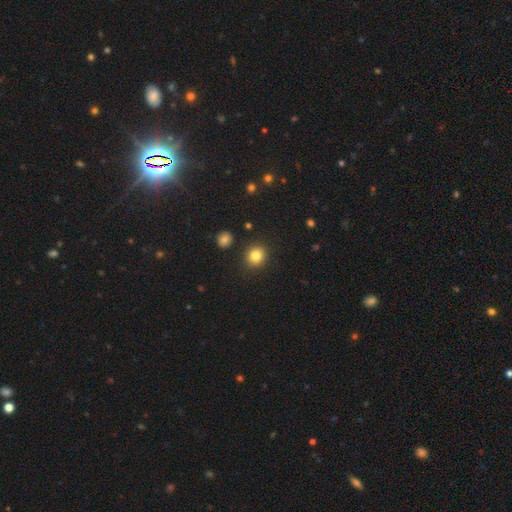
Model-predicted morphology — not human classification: Q: Smooth or featured?
A: smooth (83%); runner-up: star or artifact (11%)
Q: How rounded?
A: round (83%); runner-up: in between (16%)
Q: Merging?
A: none (90%); runner-up: minor disturbance (6%)